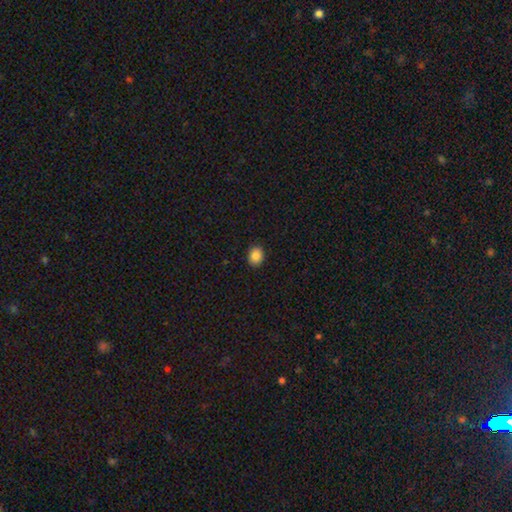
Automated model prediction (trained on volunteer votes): Smooth or featured? smooth (86%)
How rounded? round (50%)
Merging? none (91%)